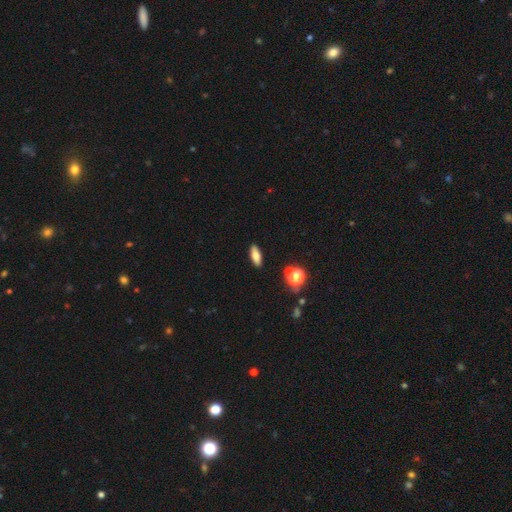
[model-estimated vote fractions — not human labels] Overall: smooth (69%). How rounded: in between (66%; cigar-shaped 30%). Merging: none (88%).